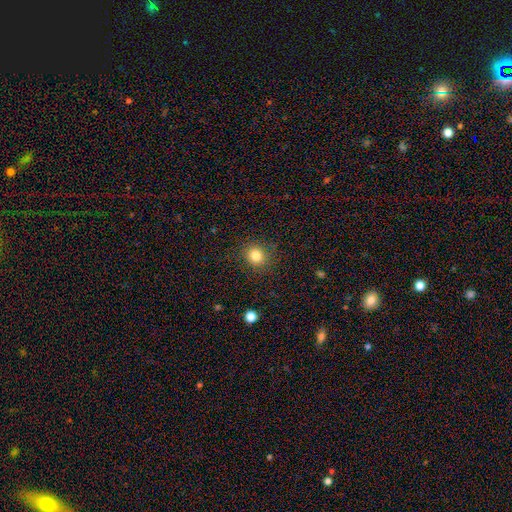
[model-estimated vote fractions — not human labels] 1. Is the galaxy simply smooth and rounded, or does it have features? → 82% smooth, 12% star or artifact, 6% featured or disk.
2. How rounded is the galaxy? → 88% round, 11% in between, 1% cigar-shaped.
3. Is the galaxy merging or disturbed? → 88% none, 8% minor disturbance, 3% major disturbance, 1% merger.